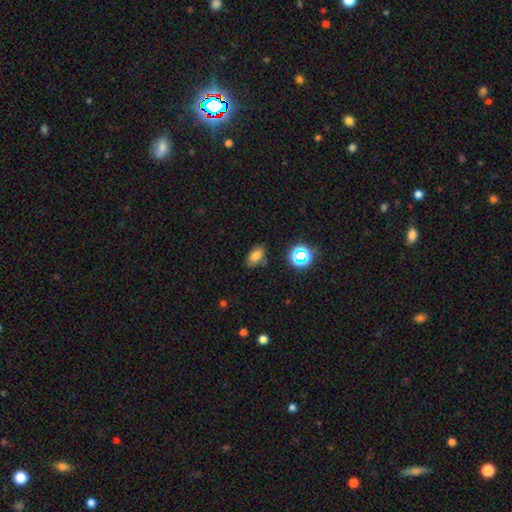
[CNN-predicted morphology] Smooth or featured: smooth — 75% (star or artifact — 17%)
How rounded: in between — 86% (round — 11%)
Merging: none — 75% (minor disturbance — 18%)